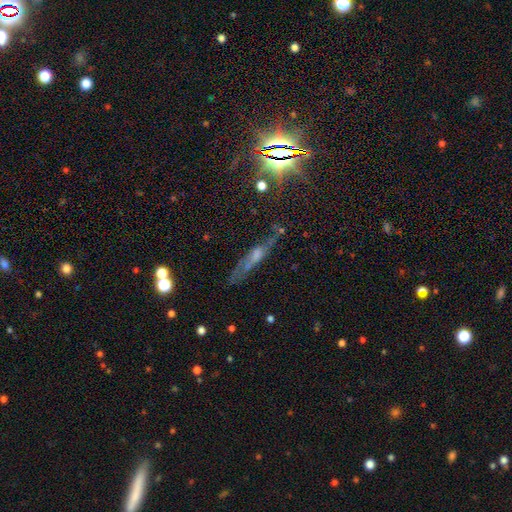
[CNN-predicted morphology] Smooth or featured? Predicted: featured or disk (p=0.51). Edge-on disk? Predicted: yes (p=0.73). Merging? Predicted: none (p=0.64).